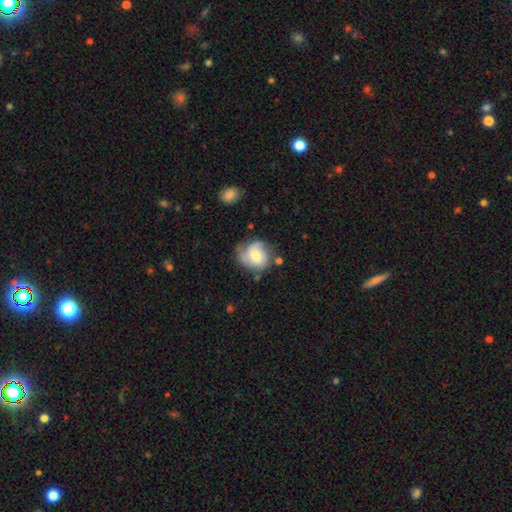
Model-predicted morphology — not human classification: A featured or disk galaxy (53%) with no bar (75%), spiral arms (83%) and a moderate central bulge (64%). Merging: none (57%).